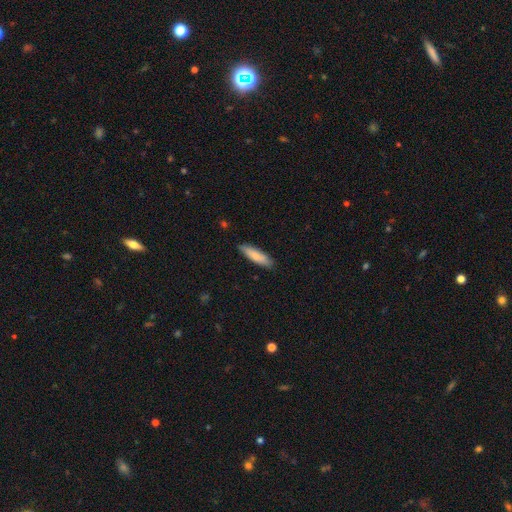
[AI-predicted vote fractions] A smooth galaxy with no disk features (82%) that is cigar-shaped (69%).

Vote fractions:
- Smooth or featured? smooth: 82% / featured or disk: 12% / star or artifact: 5%
- How rounded? cigar-shaped: 69% / in between: 30% / round: 1%
- Merging? none: 87% / minor disturbance: 10% / major disturbance: 2% / merger: 1%